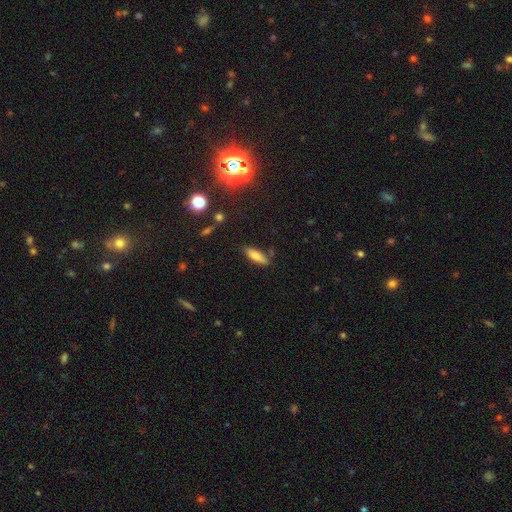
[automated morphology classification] smooth_or_featured: smooth (p=0.73) [alt: featured or disk p=0.18]
how_rounded: in between (p=0.53) [alt: cigar-shaped p=0.45]
merging: none (p=0.78) [alt: minor disturbance p=0.15]